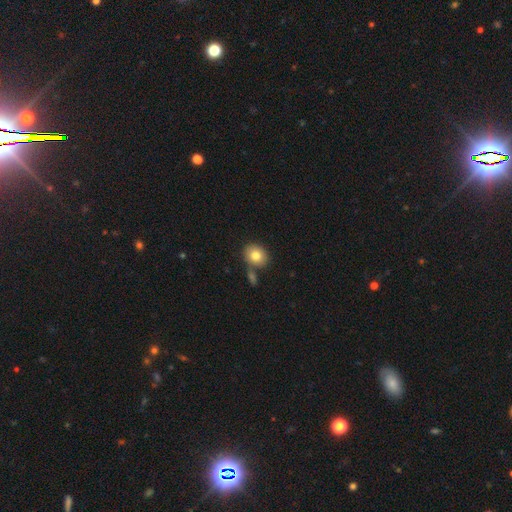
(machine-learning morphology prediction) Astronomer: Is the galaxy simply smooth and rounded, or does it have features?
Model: smooth — 81%.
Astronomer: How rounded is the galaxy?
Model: round — 69%.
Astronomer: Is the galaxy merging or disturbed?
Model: none — 69%.